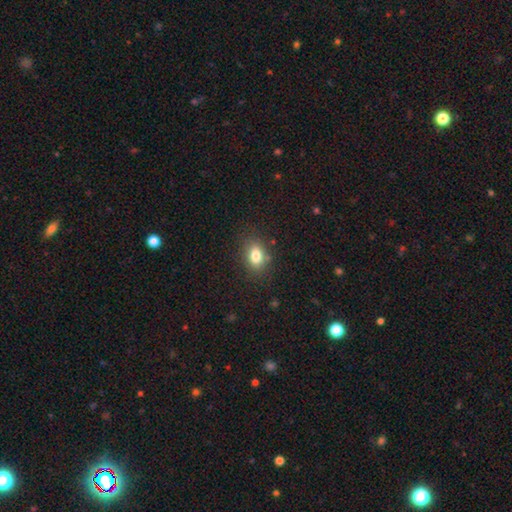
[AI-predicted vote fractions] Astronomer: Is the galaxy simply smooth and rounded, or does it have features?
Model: smooth — 80%.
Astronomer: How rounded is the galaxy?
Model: in between — 73%.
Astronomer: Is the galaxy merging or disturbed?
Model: none — 82%.